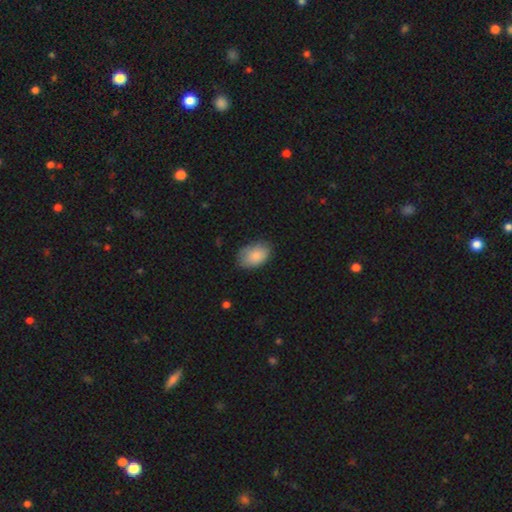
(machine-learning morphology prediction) type=smooth (85%); roundness=in between (89%); merging=none (74%).